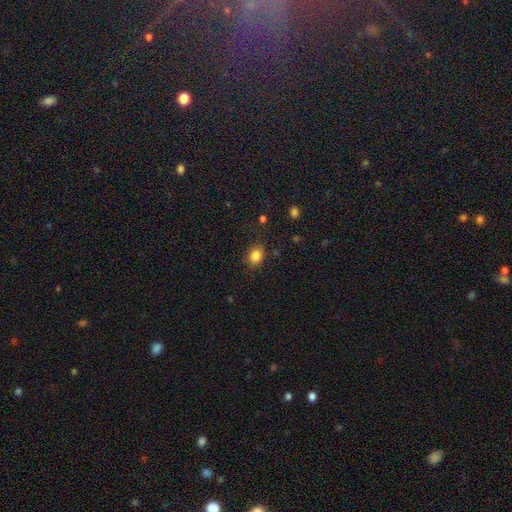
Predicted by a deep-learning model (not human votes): Overall: smooth (84%). How rounded: in between (57%; round 42%). Merging: none (84%).